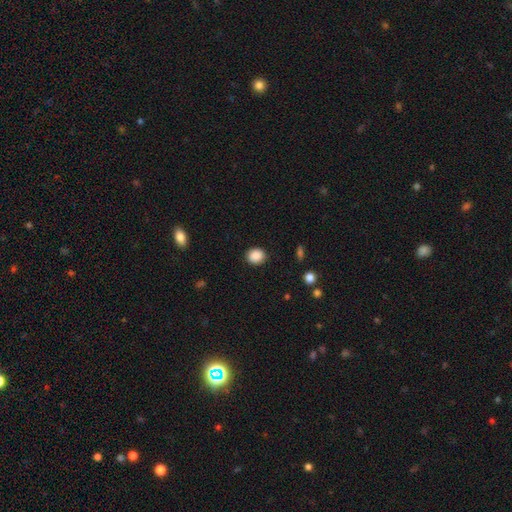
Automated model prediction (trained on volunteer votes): Q: Smooth or featured?
A: smooth (89%); runner-up: star or artifact (9%)
Q: How rounded?
A: round (74%); runner-up: in between (25%)
Q: Merging?
A: none (90%); runner-up: minor disturbance (7%)